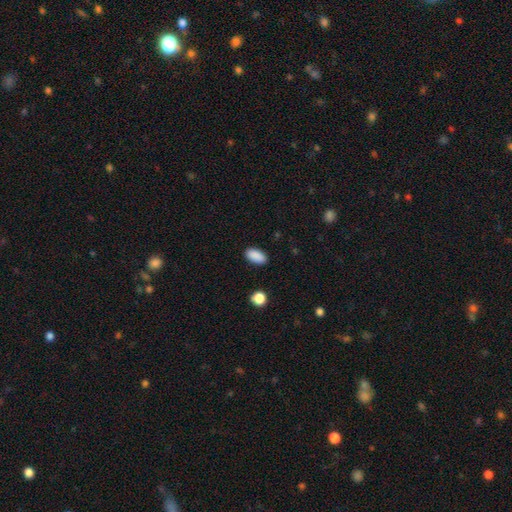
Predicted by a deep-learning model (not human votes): Morphology: type=smooth (89%); roundness=in between (93%); merging=none (88%).